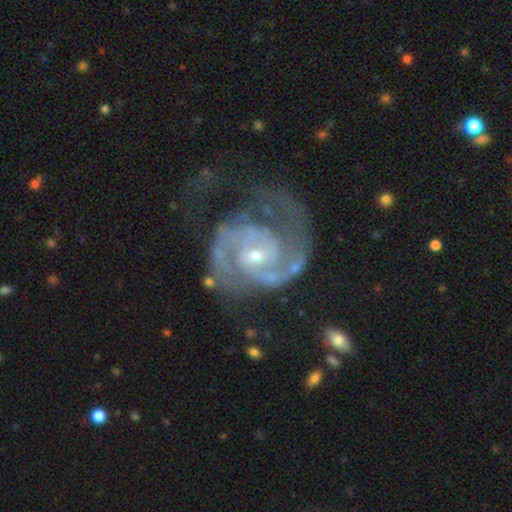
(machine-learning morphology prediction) The model was most divided on "spiral winding": medium: 47%, tight: 43%, loose: 10%. Remaining: edge-on disk — no (98%); spiral arms — yes (98%); smooth or featured — featured or disk (92%); spiral arm count — 2 (76%); bulge size — small (63%); merging — none (52%); bar — no (49%).